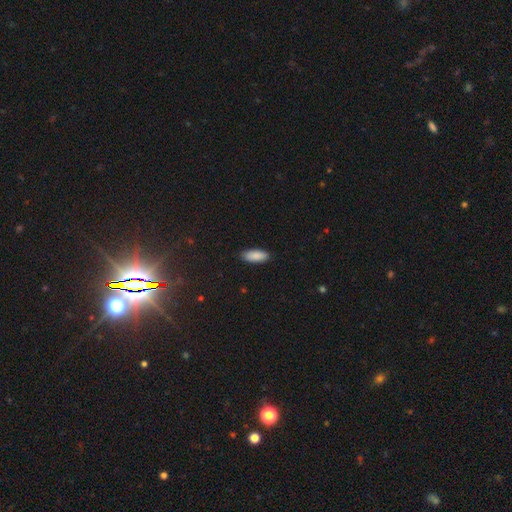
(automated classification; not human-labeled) Smooth or featured?
  - smooth: 90% *
  - star or artifact: 6%
  - featured or disk: 4%
How rounded?
  - in between: 77% *
  - cigar-shaped: 22%
  - round: 2%
Merging?
  - none: 89% *
  - minor disturbance: 9%
  - major disturbance: 2%
  - merger: 1%